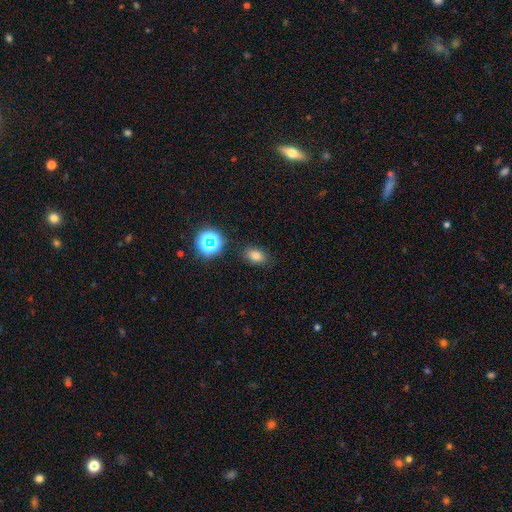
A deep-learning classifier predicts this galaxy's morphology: Overall: smooth (74%). How rounded: in between (79%). Merging: none (84%).